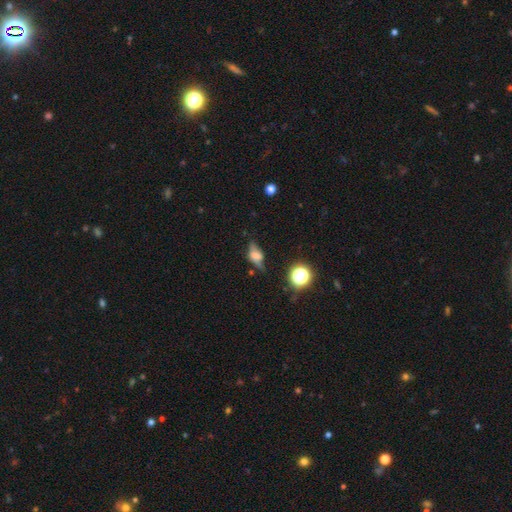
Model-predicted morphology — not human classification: featured or disk 47%, smooth 38%, star or artifact 14%. Down the decision tree: merging — none (55%).